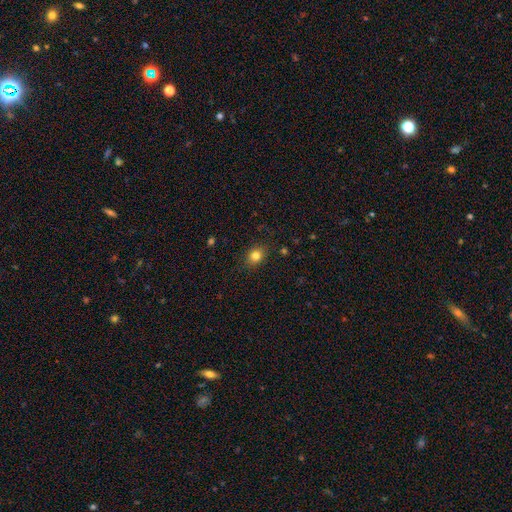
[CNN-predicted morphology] Q: Smooth or featured?
A: smooth (81%); runner-up: star or artifact (12%)
Q: How rounded?
A: in between (52%); runner-up: round (47%)
Q: Merging?
A: none (86%); runner-up: minor disturbance (10%)